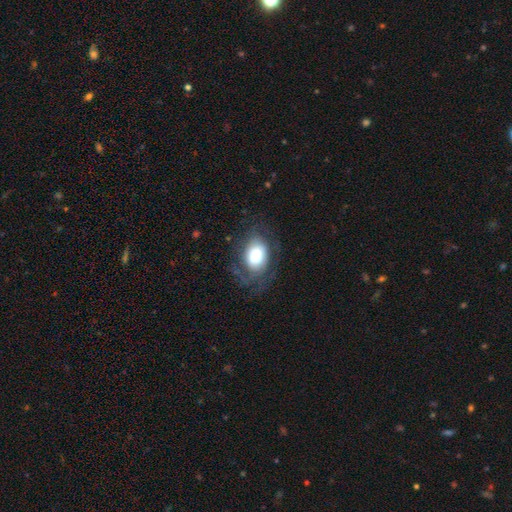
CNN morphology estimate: Q: Smooth or featured?
A: smooth (50%); runner-up: featured or disk (41%)
Q: Merging?
A: none (56%); runner-up: minor disturbance (23%)